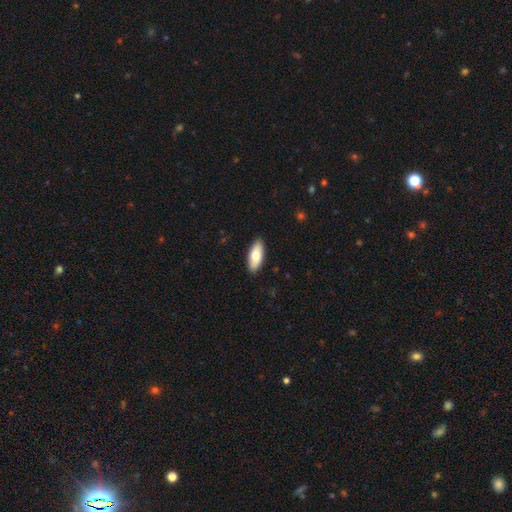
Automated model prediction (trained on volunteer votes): smooth-or-featured: smooth: 78% | featured or disk: 17% | star or artifact: 5%
  how-rounded: in between: 82% | cigar-shaped: 16% | round: 2%
  merging: none: 90% | minor disturbance: 8% | major disturbance: 2% | merger: 1%